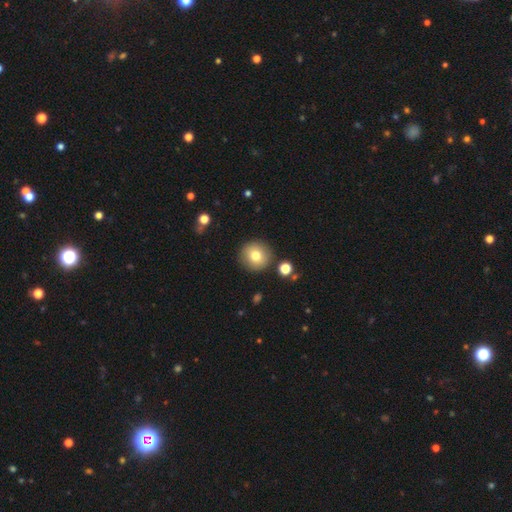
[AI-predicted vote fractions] smooth_or_featured: smooth (p=0.78) [alt: featured or disk p=0.12]
how_rounded: round (p=0.94) [alt: in between p=0.05]
merging: none (p=0.89) [alt: minor disturbance p=0.06]